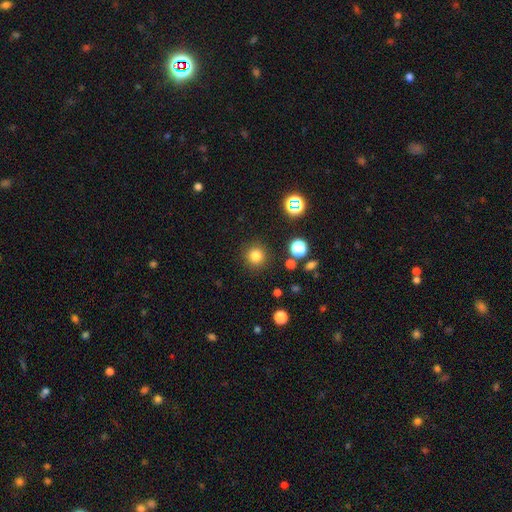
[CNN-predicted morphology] Smooth or featured?
  - smooth: 79% *
  - star or artifact: 16%
  - featured or disk: 5%
How rounded?
  - round: 95% *
  - in between: 4%
  - cigar-shaped: 1%
Merging?
  - none: 89% *
  - minor disturbance: 6%
  - major disturbance: 3%
  - merger: 2%